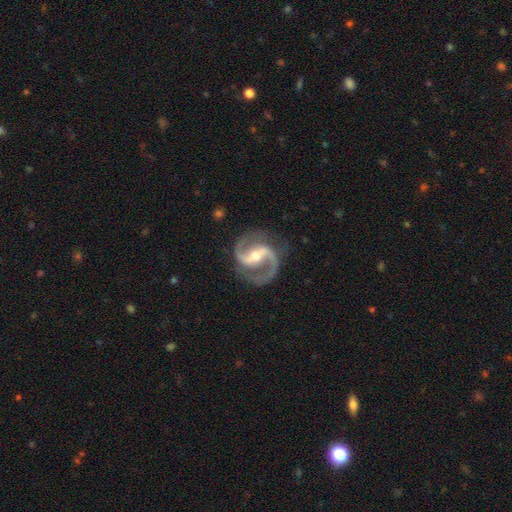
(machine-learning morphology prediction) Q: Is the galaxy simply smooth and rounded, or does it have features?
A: featured or disk — 94%.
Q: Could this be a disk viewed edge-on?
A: no — 98%.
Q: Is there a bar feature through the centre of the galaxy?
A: strong — 50%.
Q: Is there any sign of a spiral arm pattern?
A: yes — 99%.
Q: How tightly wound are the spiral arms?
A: medium — 66%.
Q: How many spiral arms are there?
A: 2 — 95%.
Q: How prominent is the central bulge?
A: moderate — 52%.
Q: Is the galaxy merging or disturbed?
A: none — 84%.